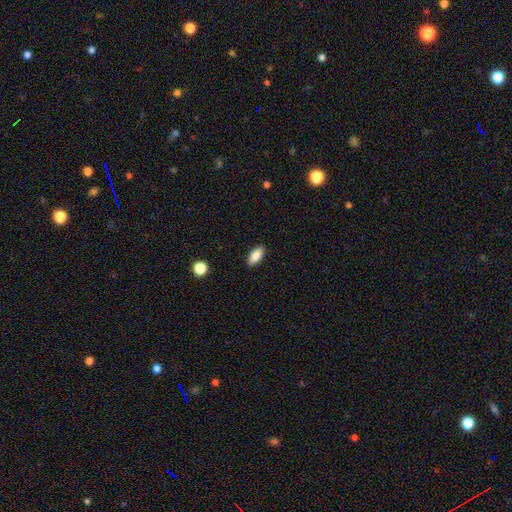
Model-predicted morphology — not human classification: type=smooth (83%); roundness=in between (86%); merging=none (89%).